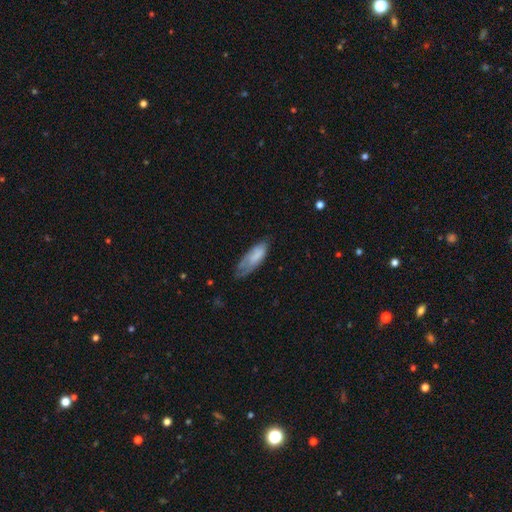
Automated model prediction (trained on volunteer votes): Q: Smooth or featured?
A: smooth (69%); runner-up: featured or disk (25%)
Q: How rounded?
A: in between (69%); runner-up: cigar-shaped (29%)
Q: Merging?
A: none (43%); runner-up: minor disturbance (37%)